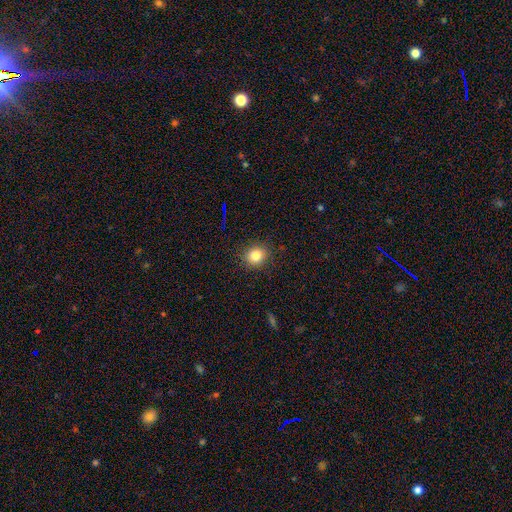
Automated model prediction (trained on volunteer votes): smooth 82%, star or artifact 12%, featured or disk 6%. Down the decision tree: how rounded — round (74%); merging — none (89%).